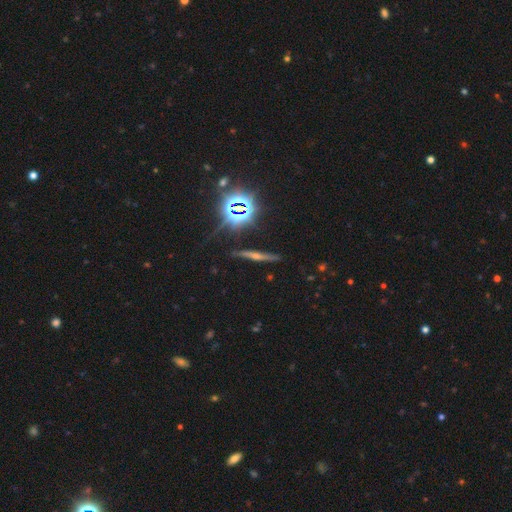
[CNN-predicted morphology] Overall: featured or disk (50%; star or artifact 28%). Edge-on disk: yes (93%). Merging: none (84%).